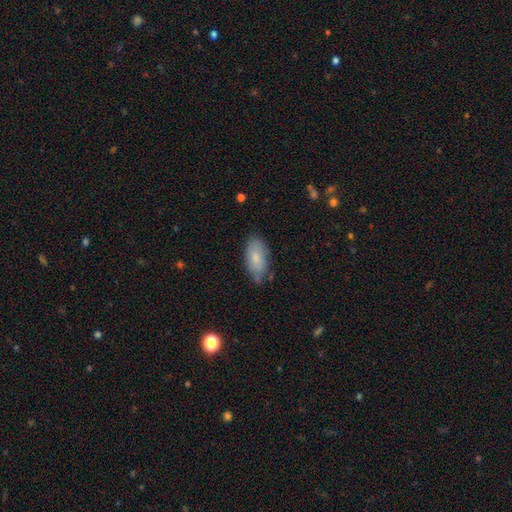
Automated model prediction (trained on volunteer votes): Overall: smooth (78%). How rounded: in between (92%). Merging: none (68%).